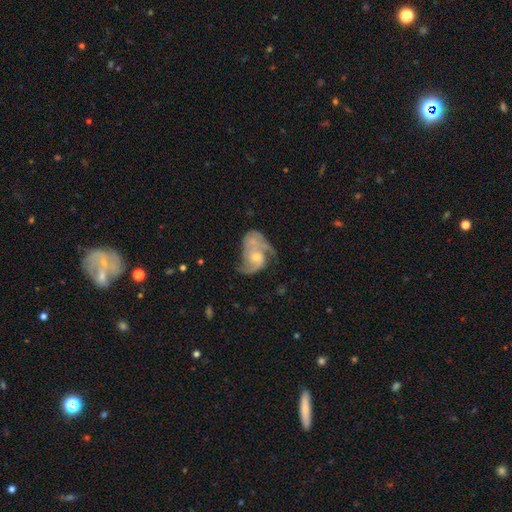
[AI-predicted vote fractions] Overall: featured or disk (83%). Edge-on disk: no (98%). Bar: no (68%). Spiral arms: yes (92%). Spiral arm count: 2 (77%). Spiral winding: medium (47%; loose 29%). Bulge size: small (54%; moderate 37%). Merging: none (35%; major disturbance 23%).